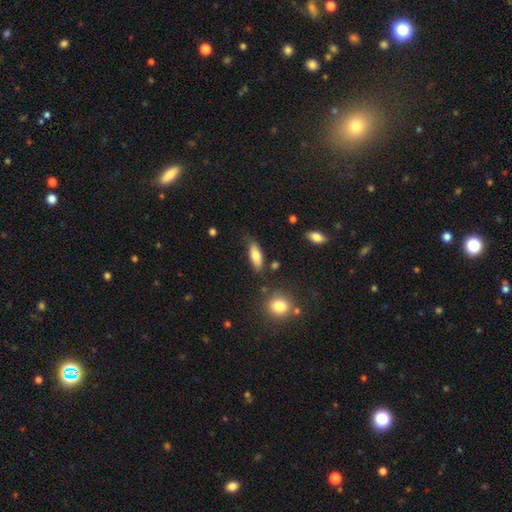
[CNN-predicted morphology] type=smooth (77%); roundness=in between (71%); merging=none (76%).